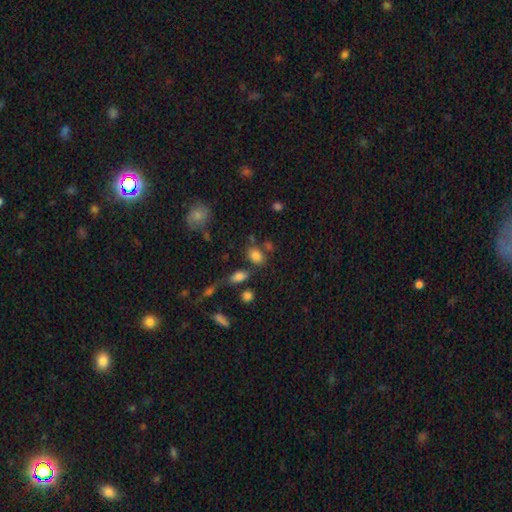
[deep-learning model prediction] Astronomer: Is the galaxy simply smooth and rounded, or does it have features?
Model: smooth — 81%.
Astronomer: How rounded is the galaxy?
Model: in between — 74%.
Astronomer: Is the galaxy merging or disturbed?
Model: none — 66%.